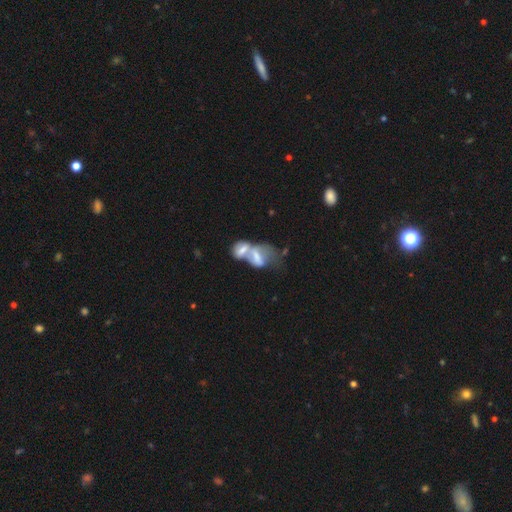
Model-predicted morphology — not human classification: Smooth or featured: smooth — 48% (featured or disk — 42%)
Merging: merger — 75% (major disturbance — 11%)